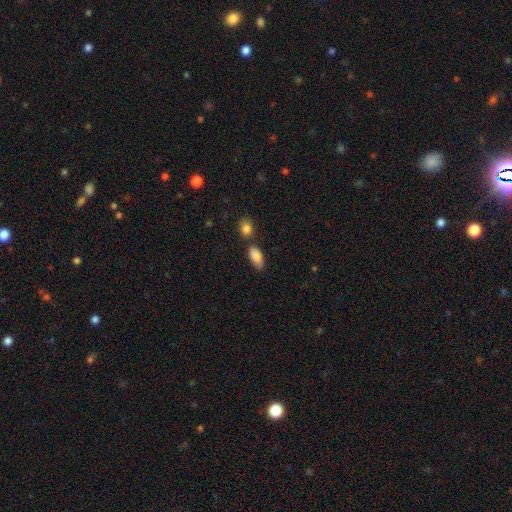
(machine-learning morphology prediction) Smooth or featured: smooth — 87% (star or artifact — 7%)
How rounded: in between — 88% (cigar-shaped — 8%)
Merging: none — 60% (minor disturbance — 19%)